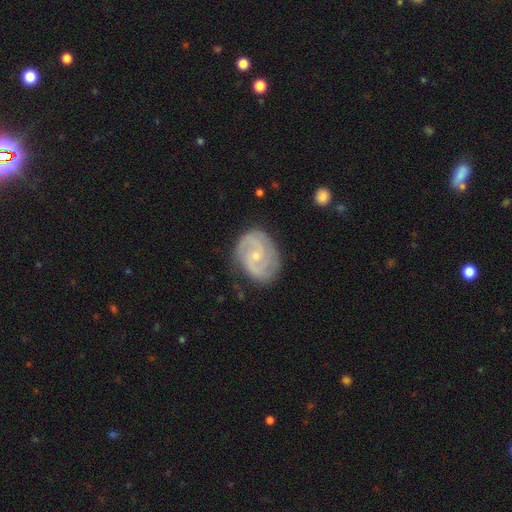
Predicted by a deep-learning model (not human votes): Smooth or featured: featured or disk — 88% (smooth — 8%)
Edge-on disk: no — 98% (yes — 2%)
Bar: no — 56% (weak — 38%)
Spiral arms: yes — 97% (no — 3%)
Spiral winding: tight — 46% (medium — 45%)
Spiral arm count: 2 — 81% (3 — 8%)
Bulge size: small — 70% (moderate — 26%)
Merging: none — 80% (minor disturbance — 15%)